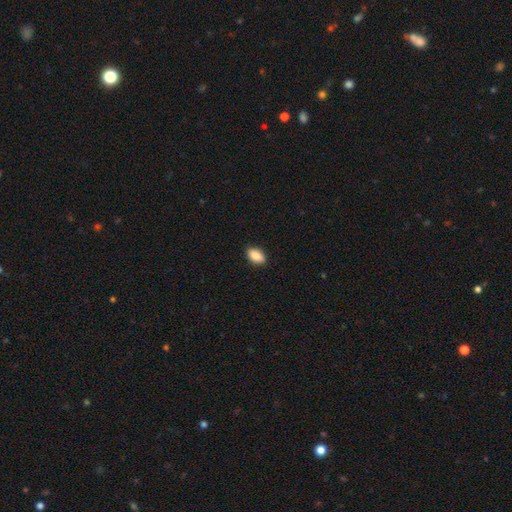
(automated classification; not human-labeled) Smooth or featured? smooth (89%)
How rounded? in between (92%)
Merging? none (89%)